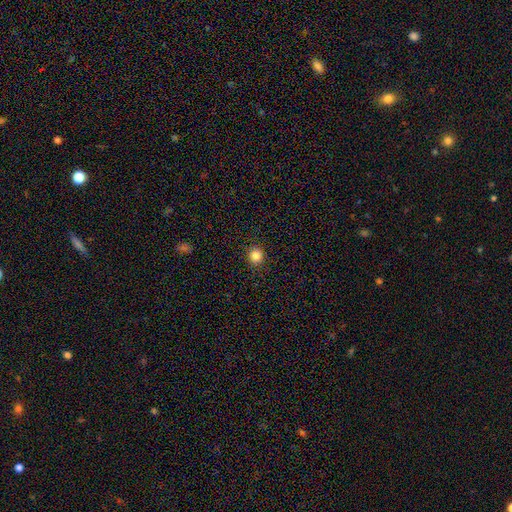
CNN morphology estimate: smooth_or_featured: smooth (p=0.85) [alt: star or artifact p=0.11]
how_rounded: round (p=0.92) [alt: in between p=0.07]
merging: none (p=0.92) [alt: minor disturbance p=0.05]